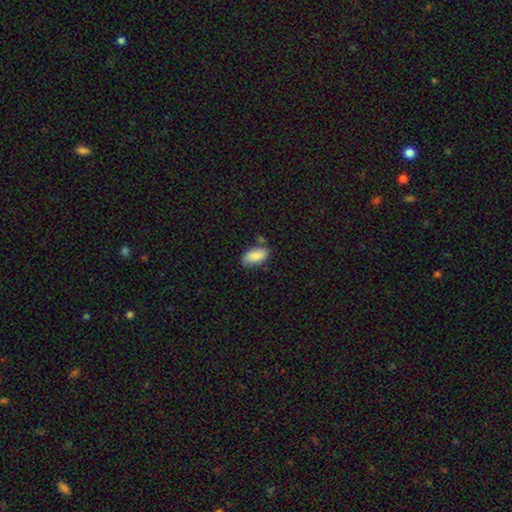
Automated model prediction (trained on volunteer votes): This appears to be a smooth galaxy with no disk features (87%) that is in between round and cigar-shaped (93%). Merging: none (69%).